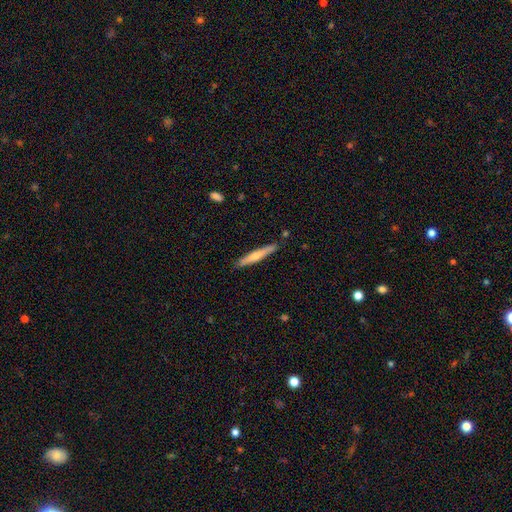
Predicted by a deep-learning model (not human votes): Smooth or featured?
  - featured or disk: 48% *
  - smooth: 46%
  - star or artifact: 6%
Merging?
  - none: 89% *
  - minor disturbance: 8%
  - merger: 2%
  - major disturbance: 1%